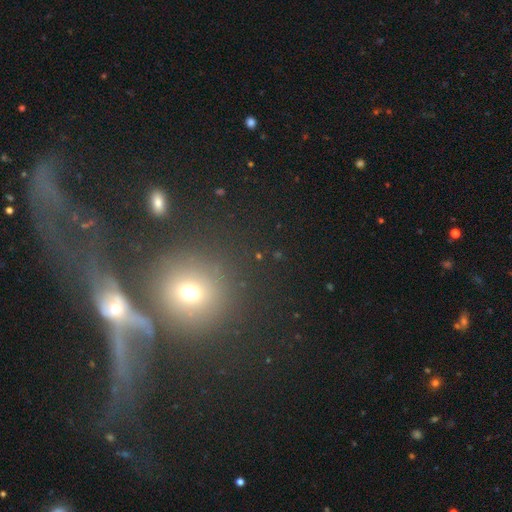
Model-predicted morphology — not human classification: Q: Smooth or featured?
A: smooth (47%); runner-up: star or artifact (26%)
Q: Merging?
A: none (45%); runner-up: merger (31%)